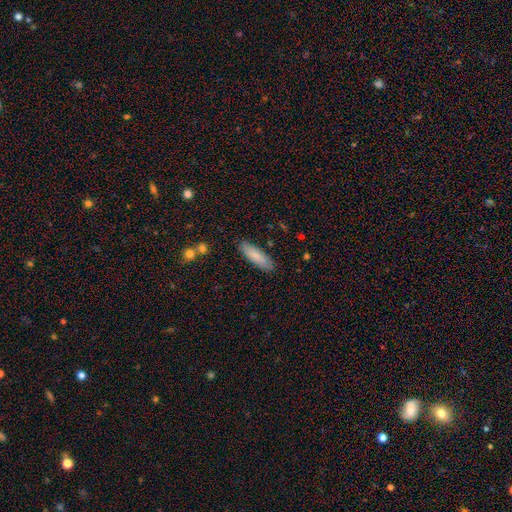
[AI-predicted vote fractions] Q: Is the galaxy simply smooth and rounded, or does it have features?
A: smooth — 82%.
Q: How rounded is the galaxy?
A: cigar-shaped — 54%.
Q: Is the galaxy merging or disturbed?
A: none — 86%.